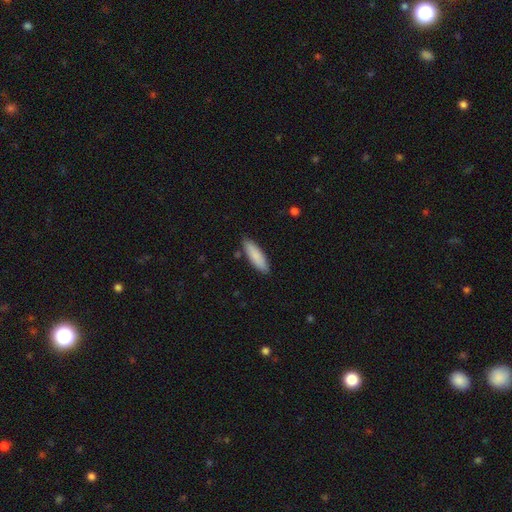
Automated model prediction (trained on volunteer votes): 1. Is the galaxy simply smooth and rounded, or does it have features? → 86% smooth, 8% featured or disk, 6% star or artifact.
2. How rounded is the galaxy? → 54% cigar-shaped, 45% in between, 1% round.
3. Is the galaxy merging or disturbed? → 86% none, 10% minor disturbance, 2% merger, 2% major disturbance.